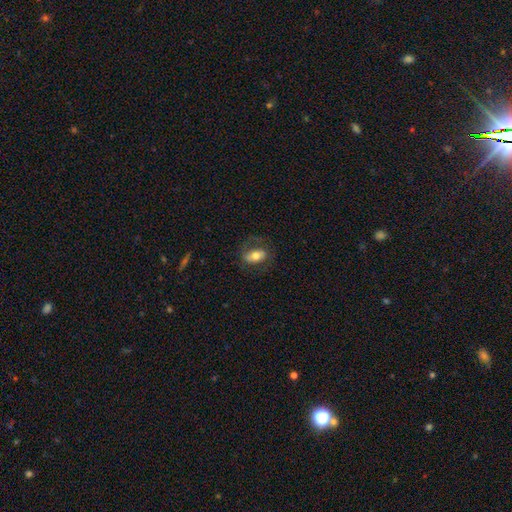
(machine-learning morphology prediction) smooth-or-featured: smooth: 63% | featured or disk: 30% | star or artifact: 7%
  how-rounded: in between: 86% | round: 11% | cigar-shaped: 3%
  merging: none: 70% | minor disturbance: 17% | major disturbance: 12% | merger: 1%